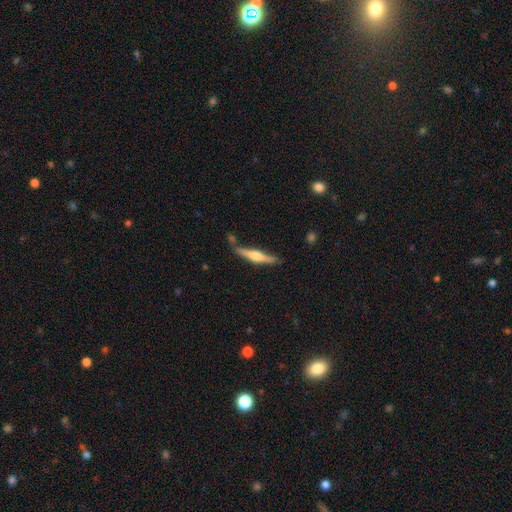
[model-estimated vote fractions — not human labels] Overall: featured or disk (64%; smooth 31%). Edge-on disk: yes (97%). Edge-on bulge: rounded (86%). Merging: none (74%).